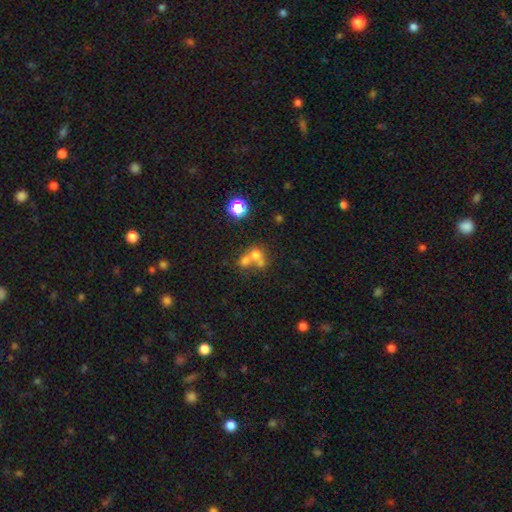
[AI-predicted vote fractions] smooth-or-featured: smooth: 57% | featured or disk: 22% | star or artifact: 20%
  how-rounded: round: 66% | in between: 32% | cigar-shaped: 2%
  merging: merger: 59% | none: 28% | minor disturbance: 7% | major disturbance: 6%